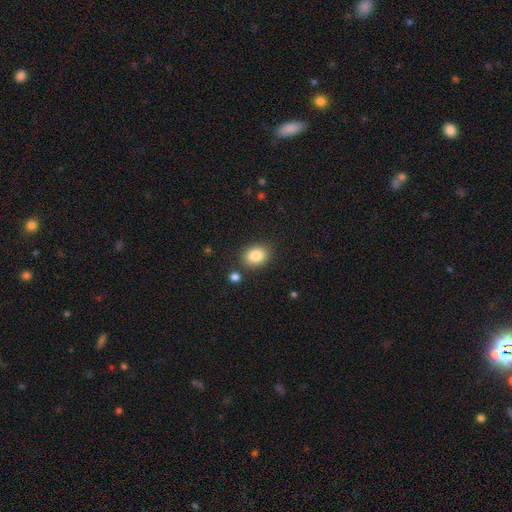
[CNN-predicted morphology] The model was most divided on "how rounded": in between: 62%, round: 37%, cigar-shaped: 1%. More confident: smooth or featured — smooth (85%); merging — none (84%).